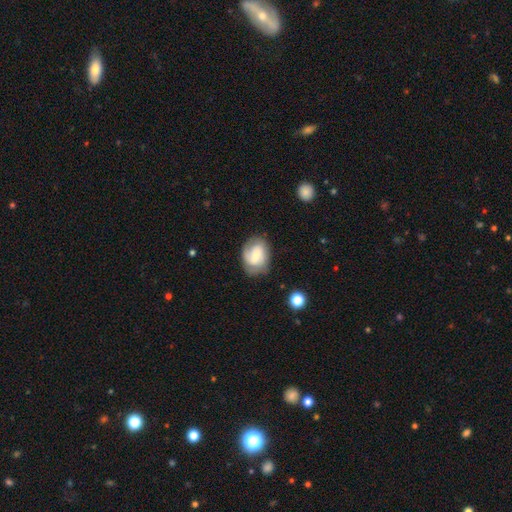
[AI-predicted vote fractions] Q: Smooth or featured?
A: featured or disk (47%); runner-up: smooth (45%)
Q: Merging?
A: none (65%); runner-up: minor disturbance (23%)